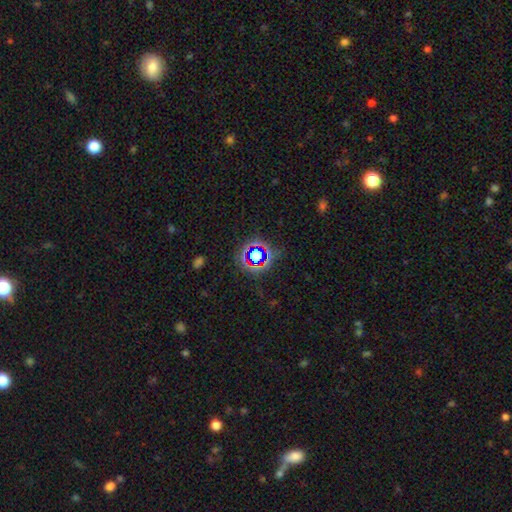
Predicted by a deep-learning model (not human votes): star or artifact 68%, smooth 22%, featured or disk 11%.